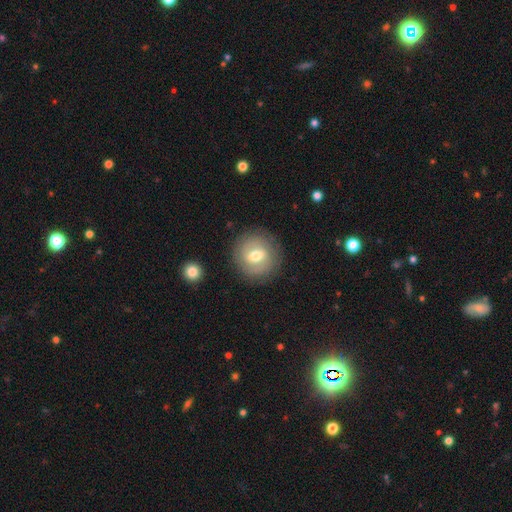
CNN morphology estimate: smooth_or_featured: smooth (p=0.50) [alt: featured or disk p=0.42]
how_rounded: round (p=0.89) [alt: in between p=0.10]
merging: none (p=0.85) [alt: minor disturbance p=0.10]